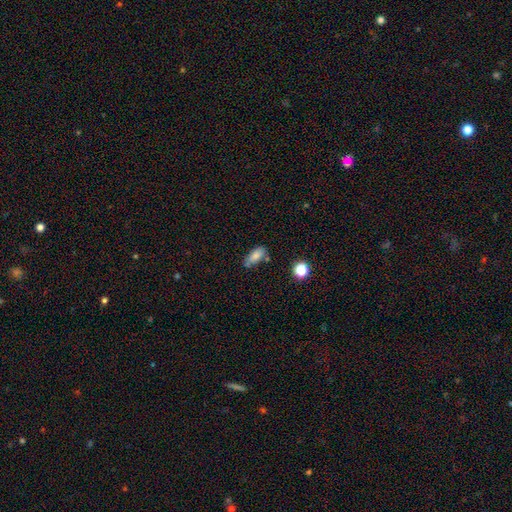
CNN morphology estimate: smooth-or-featured: smooth: 79% | featured or disk: 11% | star or artifact: 10%
  how-rounded: in between: 84% | cigar-shaped: 12% | round: 4%
  merging: none: 60% | minor disturbance: 26% | merger: 8% | major disturbance: 6%